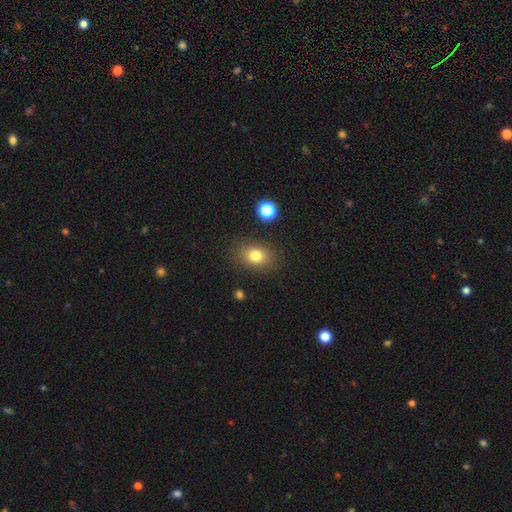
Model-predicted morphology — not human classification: Smooth or featured? smooth (79%)
How rounded? in between (62%)
Merging? none (84%)